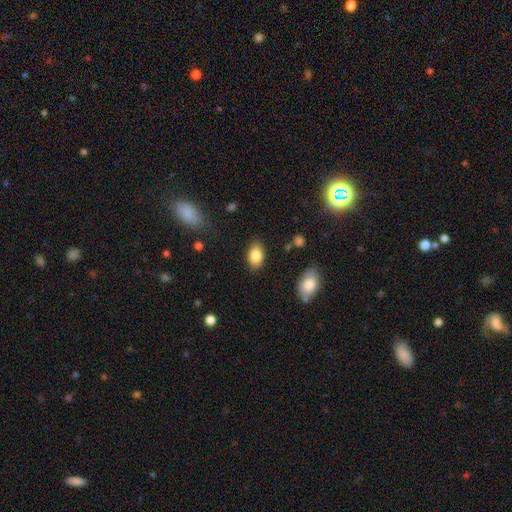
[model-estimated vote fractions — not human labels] smooth-or-featured: smooth: 84% | featured or disk: 9% | star or artifact: 8%
  how-rounded: in between: 90% | round: 9% | cigar-shaped: 1%
  merging: none: 86% | minor disturbance: 10% | major disturbance: 2% | merger: 2%